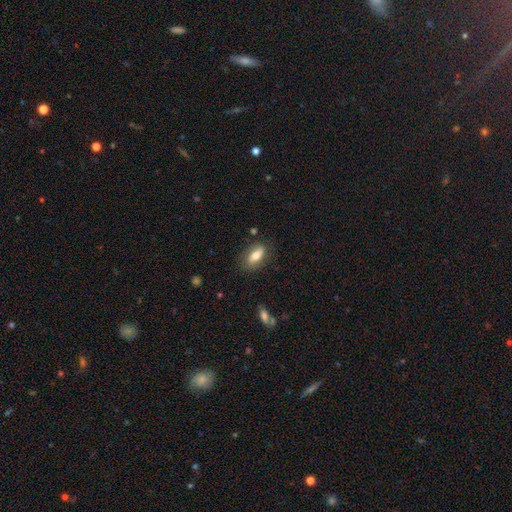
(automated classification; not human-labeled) smooth_or_featured: smooth (p=0.68) [alt: featured or disk p=0.25]
how_rounded: in between (p=0.84) [alt: cigar-shaped p=0.11]
merging: none (p=0.78) [alt: minor disturbance p=0.16]